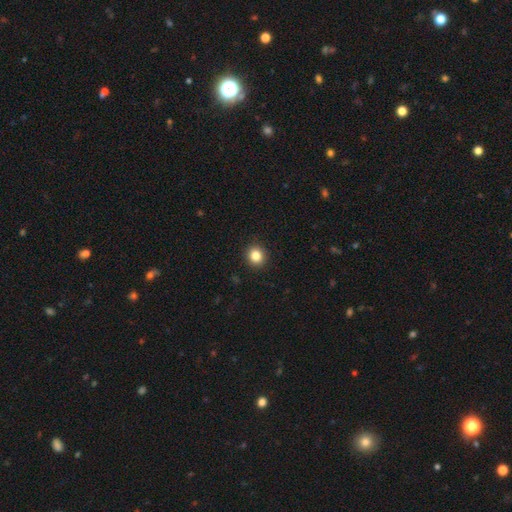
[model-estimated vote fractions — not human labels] smooth-or-featured: smooth: 85% | star or artifact: 10% | featured or disk: 5%
  how-rounded: round: 83% | in between: 16% | cigar-shaped: 1%
  merging: none: 92% | minor disturbance: 5% | major disturbance: 2% | merger: 1%